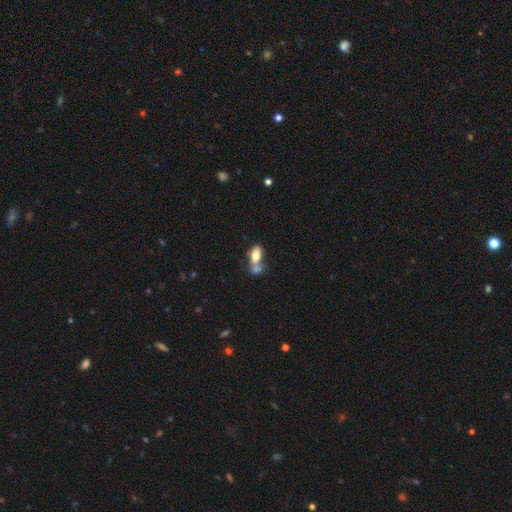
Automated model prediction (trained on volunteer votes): A smooth galaxy with no disk features (73%) that is in between round and cigar-shaped (85%). Merging: merger (56%).